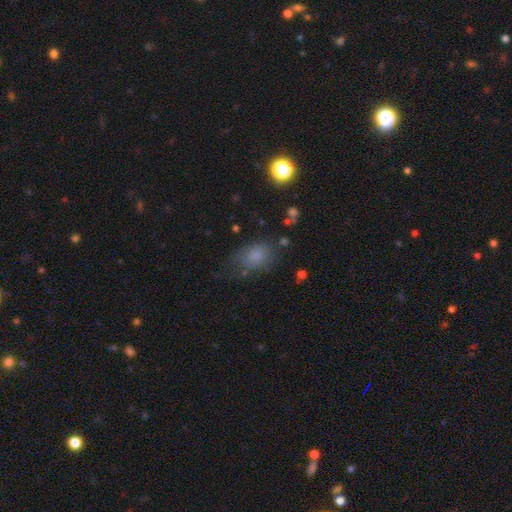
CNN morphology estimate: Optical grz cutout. It shows a smooth galaxy with no disk features (77%) that is in between round and cigar-shaped (75%). Merging: none (64%).